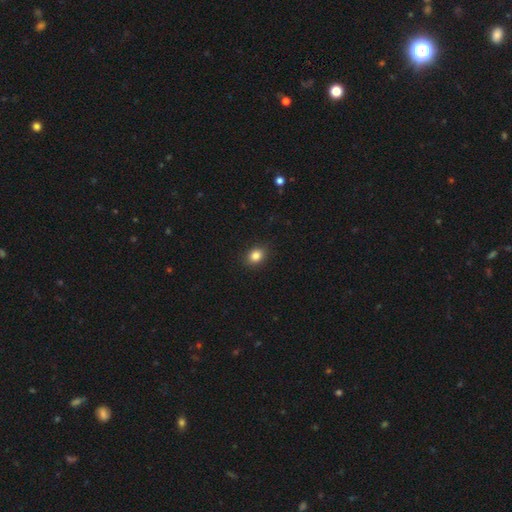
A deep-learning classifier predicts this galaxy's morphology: smooth-or-featured: smooth: 85% | star or artifact: 10% | featured or disk: 5%
  how-rounded: round: 51% | in between: 48% | cigar-shaped: 1%
  merging: none: 89% | minor disturbance: 8% | major disturbance: 2% | merger: 1%